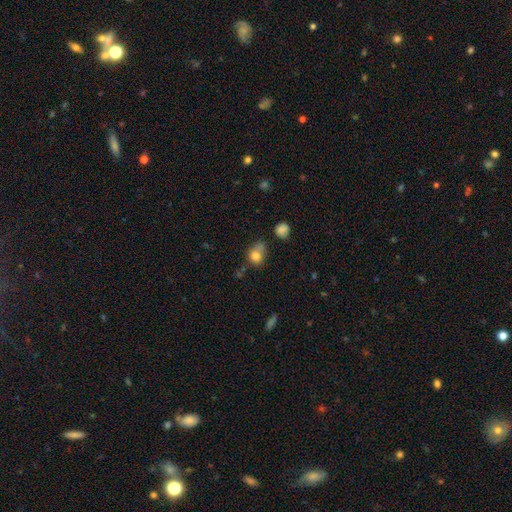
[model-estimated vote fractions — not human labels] smooth_or_featured: smooth (p=0.78) [alt: star or artifact p=0.12]
how_rounded: round (p=0.59) [alt: in between p=0.40]
merging: none (p=0.43) [alt: minor disturbance p=0.27]